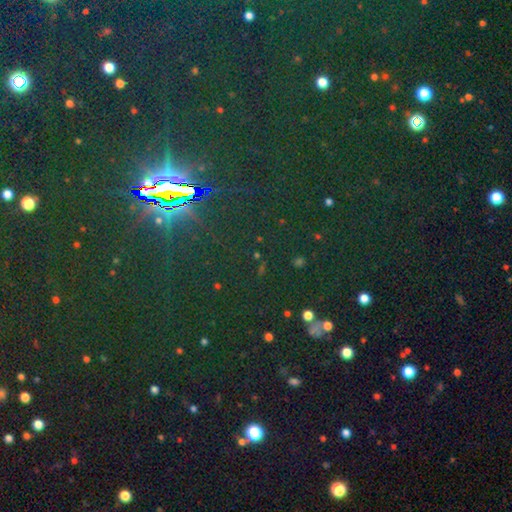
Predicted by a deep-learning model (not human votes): A star or artifact, not a galaxy (84%).